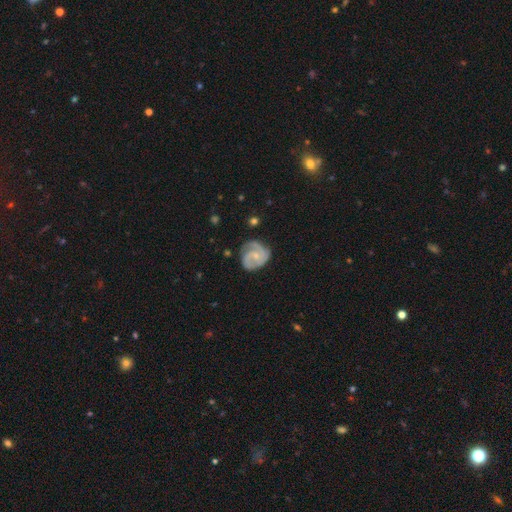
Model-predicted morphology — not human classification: type=featured or disk (78%); edge-on=no (98%); bar=no (63%); spiral arms=yes (95%); winding=tight (45%); arm count=2 (56%); bulge=small (68%); merging=none (64%).